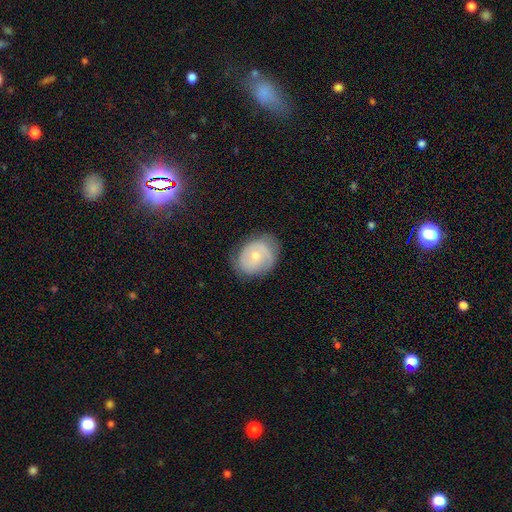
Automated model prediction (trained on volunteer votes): This appears to be a featured or disk galaxy (53%) with no bar (75%), spiral arms (65%) and a small central bulge (49%). Merging: none (68%).